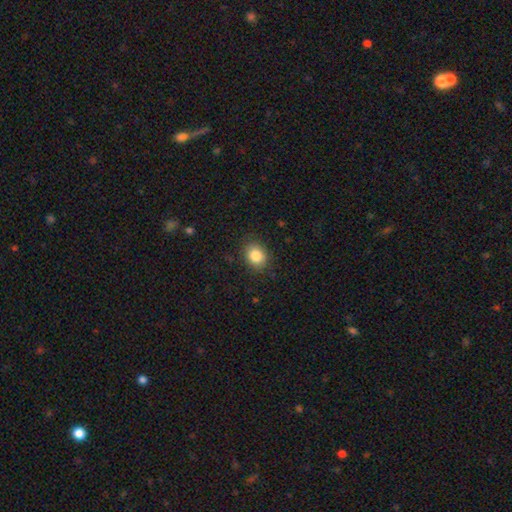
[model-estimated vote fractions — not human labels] The model was most divided on "how rounded": round: 50%, in between: 49%, cigar-shaped: 1%. More confident: merging — none (86%); smooth or featured — smooth (84%).